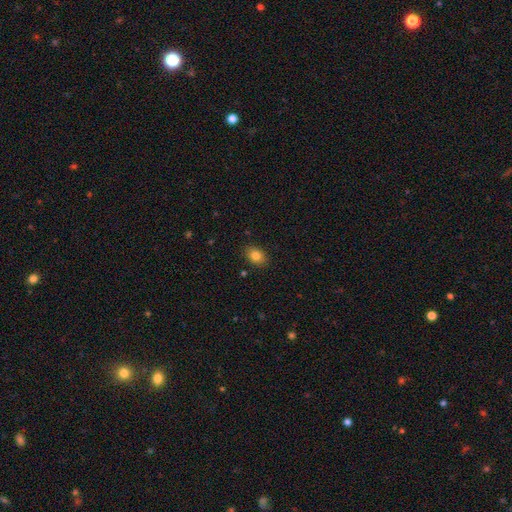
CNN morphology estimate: smooth_or_featured: smooth (p=0.82) [alt: star or artifact p=0.10]
how_rounded: in between (p=0.68) [alt: round p=0.31]
merging: none (p=0.87) [alt: minor disturbance p=0.09]